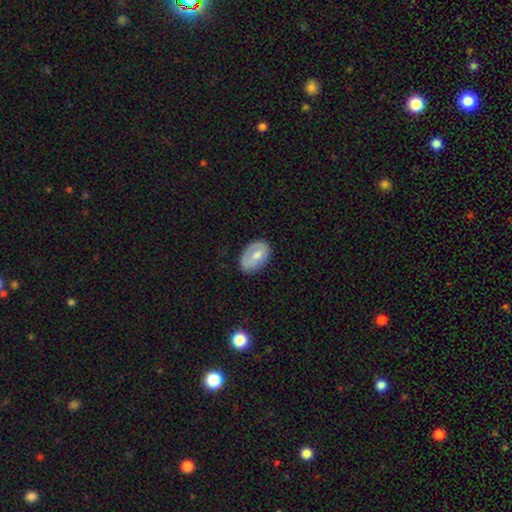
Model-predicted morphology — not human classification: smooth-or-featured: smooth: 61% | featured or disk: 32% | star or artifact: 6%
  how-rounded: in between: 86% | round: 13% | cigar-shaped: 1%
  merging: none: 74% | minor disturbance: 20% | major disturbance: 5% | merger: 1%